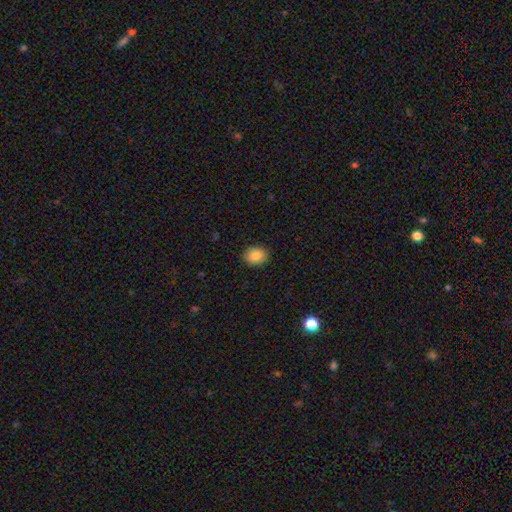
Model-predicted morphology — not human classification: A smooth galaxy with no disk features (86%) that is in between round and cigar-shaped (50%). Merging: none (89%).